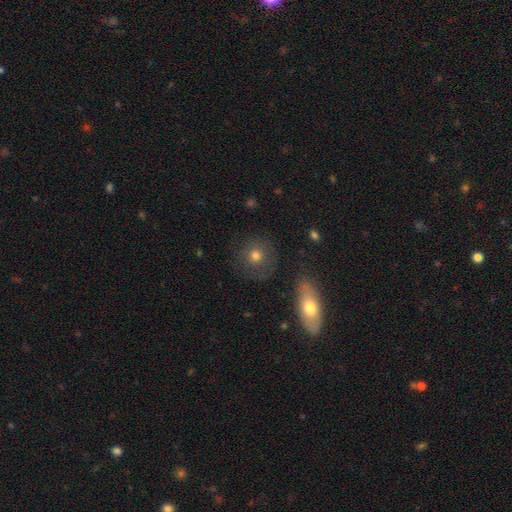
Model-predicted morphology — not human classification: Smooth or featured? Predicted: smooth (p=0.67). How rounded? Predicted: round (p=0.91). Merging? Predicted: none (p=0.79).